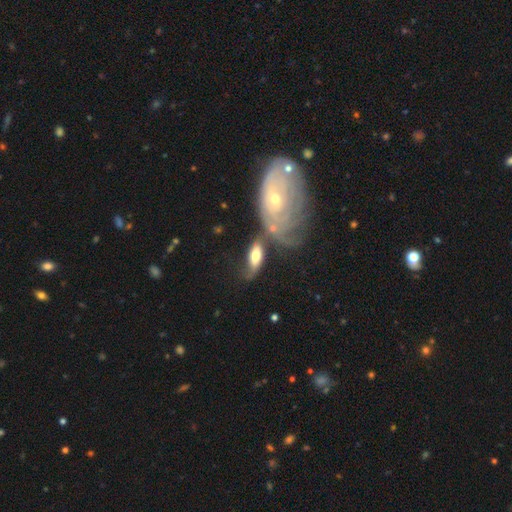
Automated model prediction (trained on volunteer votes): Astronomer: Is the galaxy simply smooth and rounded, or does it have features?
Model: smooth — 50% (runner-up: featured or disk, 43%).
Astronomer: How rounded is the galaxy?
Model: in between — 81%.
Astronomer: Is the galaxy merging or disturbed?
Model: none — 35% (runner-up: merger, 30%).